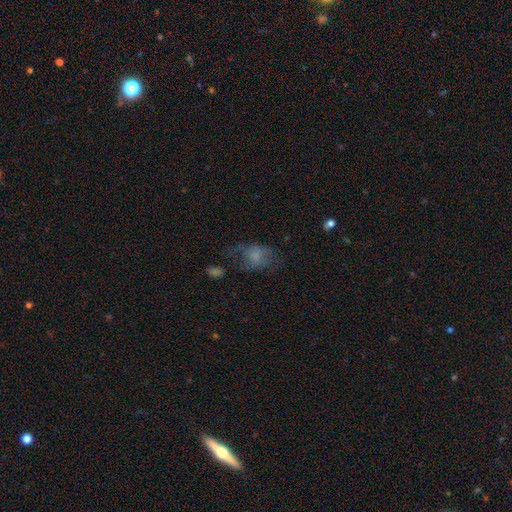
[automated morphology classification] Smooth or featured? smooth (59%)
How rounded? in between (72%)
Merging? none (37%)